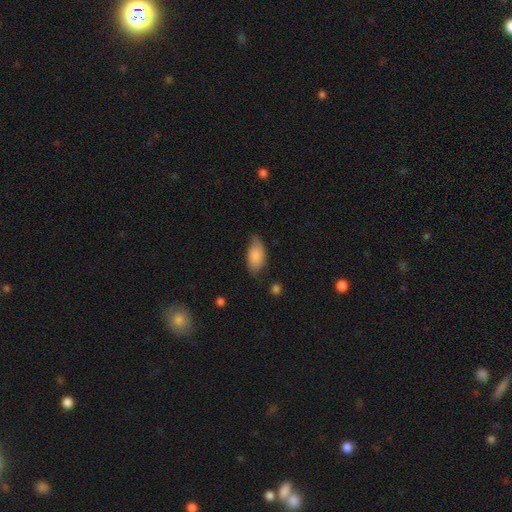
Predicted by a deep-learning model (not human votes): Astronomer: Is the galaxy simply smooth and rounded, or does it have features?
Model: smooth — 81%.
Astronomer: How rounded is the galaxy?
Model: in between — 92%.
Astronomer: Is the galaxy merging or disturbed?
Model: none — 62%.